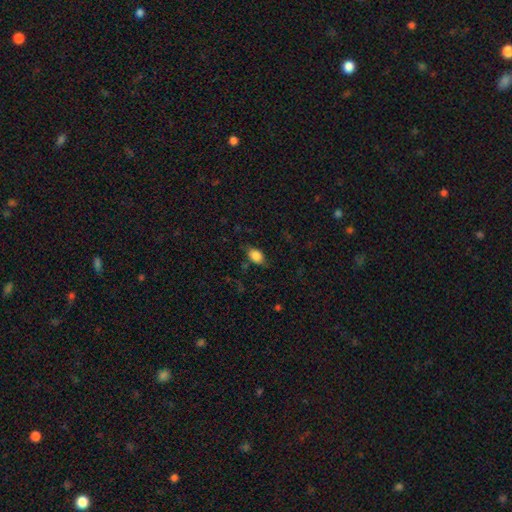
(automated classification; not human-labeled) A smooth galaxy with no disk features (84%) that is in between round and cigar-shaped (80%). Merging: none (72%).